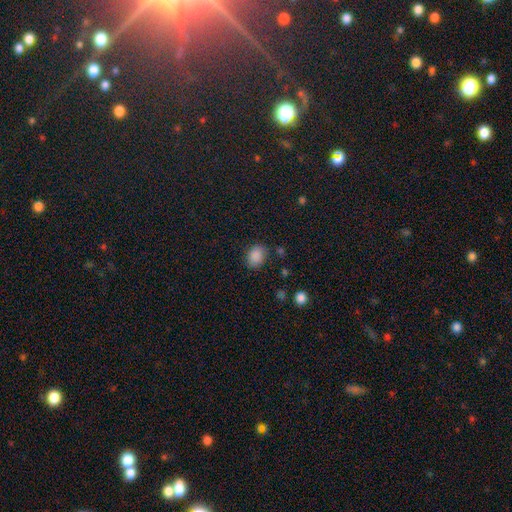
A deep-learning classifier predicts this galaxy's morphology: The model was most divided on "how rounded": in between: 54%, round: 45%, cigar-shaped: 1%. More confident: smooth or featured — smooth (87%); merging — none (80%).